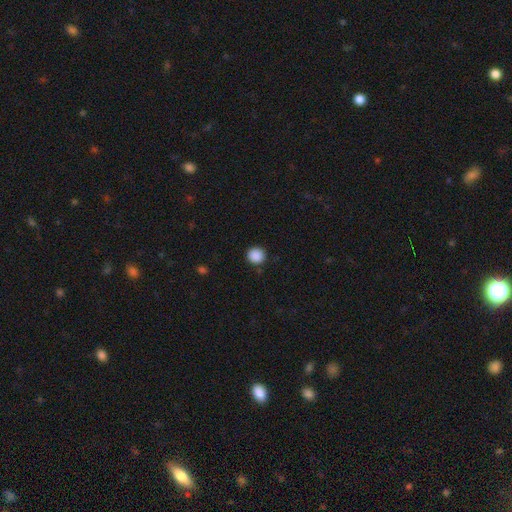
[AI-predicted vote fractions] Smooth or featured: smooth — 88% (star or artifact — 9%)
How rounded: round — 91% (in between — 8%)
Merging: none — 90% (minor disturbance — 6%)